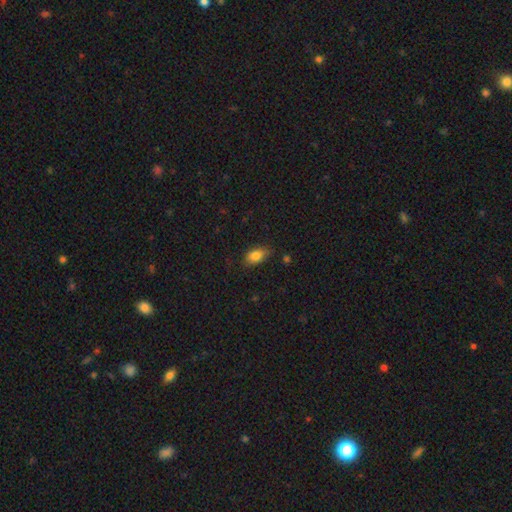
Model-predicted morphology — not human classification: Smooth or featured? smooth (83%)
How rounded? in between (88%)
Merging? none (75%)